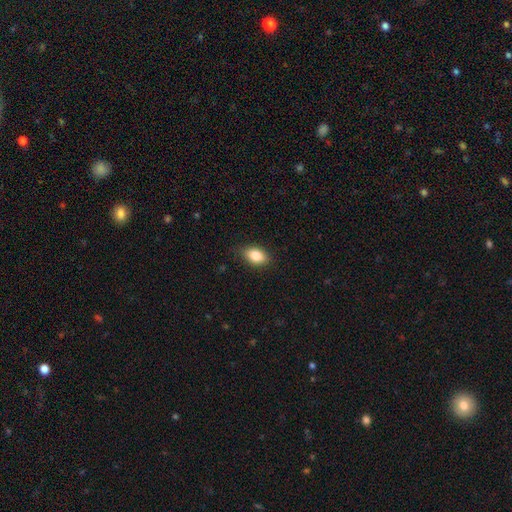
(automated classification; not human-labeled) Smooth or featured: smooth — 83% (featured or disk — 9%)
How rounded: in between — 86% (round — 12%)
Merging: none — 84% (minor disturbance — 13%)